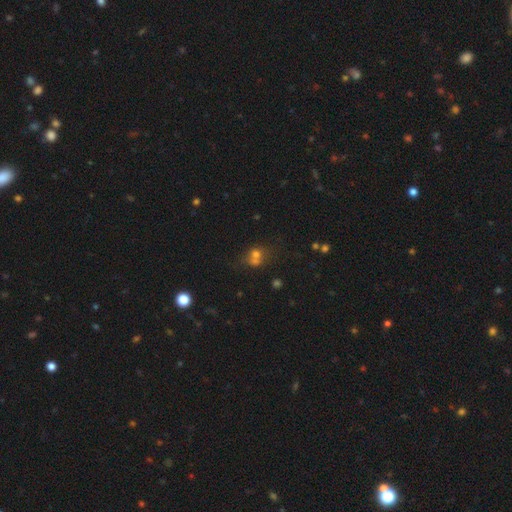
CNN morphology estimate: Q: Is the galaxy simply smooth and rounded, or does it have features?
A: smooth — 63%.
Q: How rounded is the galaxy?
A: round — 75%.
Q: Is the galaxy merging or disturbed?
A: merger — 50%.